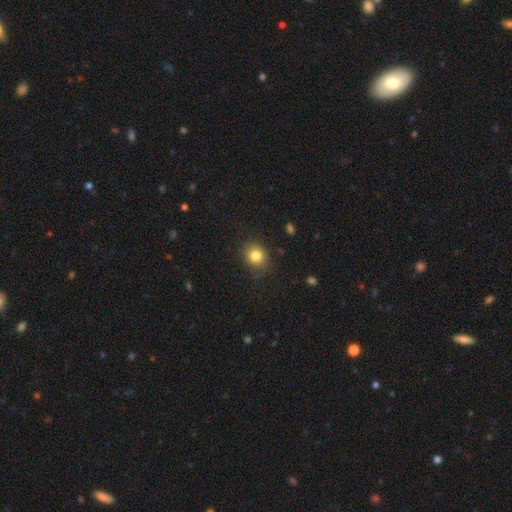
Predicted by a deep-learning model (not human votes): smooth_or_featured: smooth (p=0.82) [alt: star or artifact p=0.11]
how_rounded: round (p=0.78) [alt: in between p=0.21]
merging: none (p=0.83) [alt: minor disturbance p=0.13]